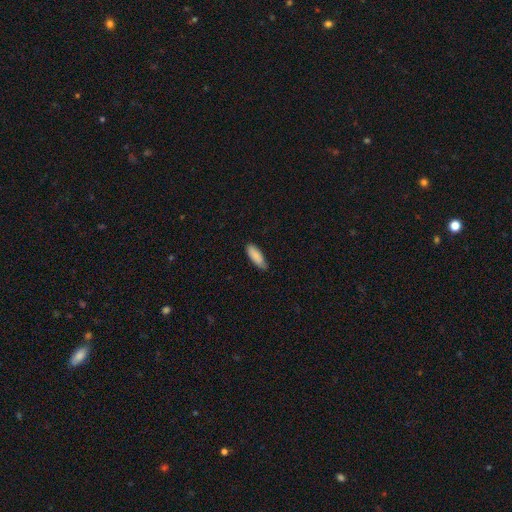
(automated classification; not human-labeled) Overall: smooth (86%). How rounded: in between (66%; cigar-shaped 32%). Merging: none (72%).